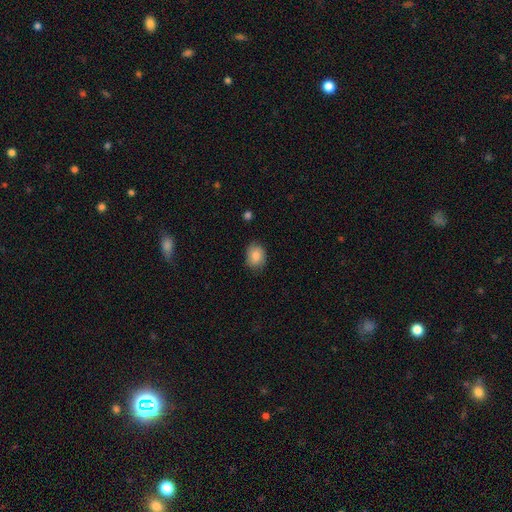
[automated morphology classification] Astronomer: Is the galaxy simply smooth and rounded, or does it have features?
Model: smooth — 83%.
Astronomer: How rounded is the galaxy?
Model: in between — 53% (runner-up: round, 47%).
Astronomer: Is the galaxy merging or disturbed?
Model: none — 81%.